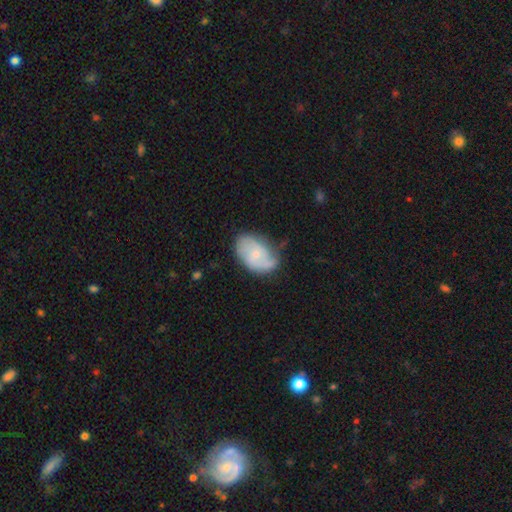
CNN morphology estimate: type=featured or disk (58%); edge-on=no (97%); bar=no (71%); spiral arms=yes (84%); bulge=small (68%); merging=none (54%).